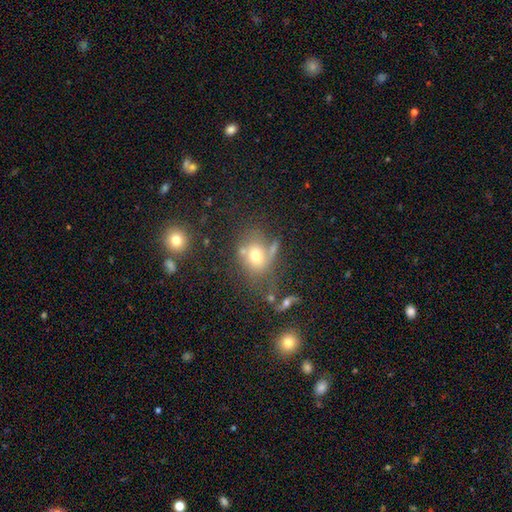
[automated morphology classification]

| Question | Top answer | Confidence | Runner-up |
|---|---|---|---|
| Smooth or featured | smooth | 66% | featured or disk (19%) |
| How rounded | round | 51% | in between (48%) |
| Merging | none | 47% | merger (20%) |